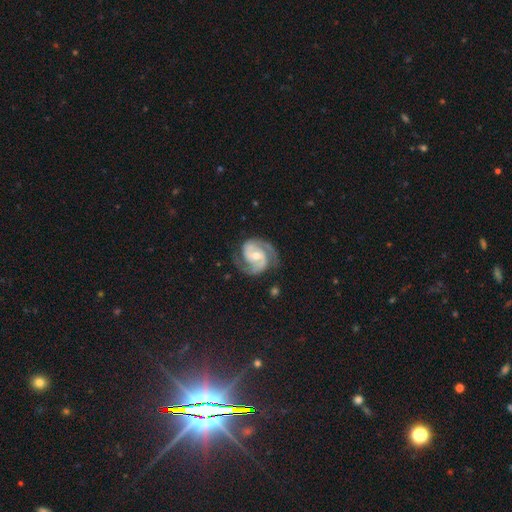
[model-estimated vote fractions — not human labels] smooth_or_featured: featured or disk (p=0.92) [alt: smooth p=0.04]
disk_edge_on: no (p=0.98) [alt: yes p=0.02]
bar: no (p=0.47) [alt: weak p=0.38]
has_spiral_arms: yes (p=0.98) [alt: no p=0.02]
spiral_winding: medium (p=0.49) [alt: tight p=0.42]
spiral_arm_count: 2 (p=0.91) [alt: 3 p=0.03]
bulge_size: moderate (p=0.60) [alt: small p=0.36]
merging: none (p=0.78) [alt: minor disturbance p=0.15]